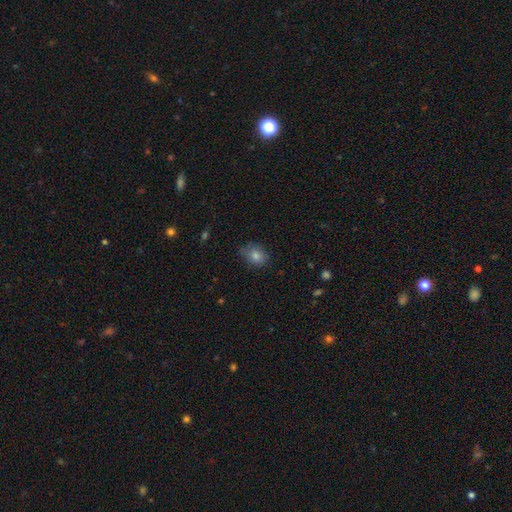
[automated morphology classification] This appears to be a smooth galaxy with no disk features (77%) that is in between round and cigar-shaped (55%). Merging: none (73%).